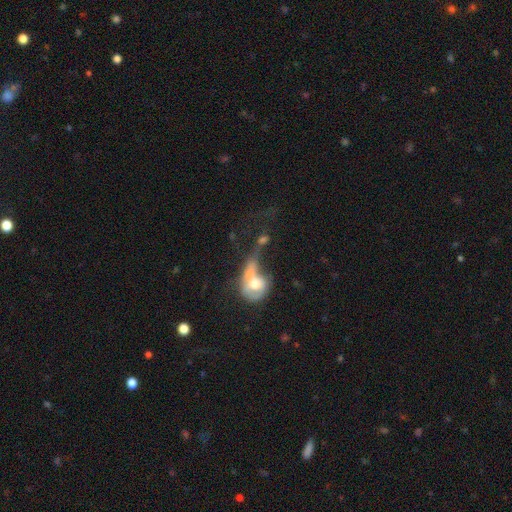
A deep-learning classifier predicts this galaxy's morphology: Smooth or featured? smooth (39%)
Merging? major disturbance (32%)